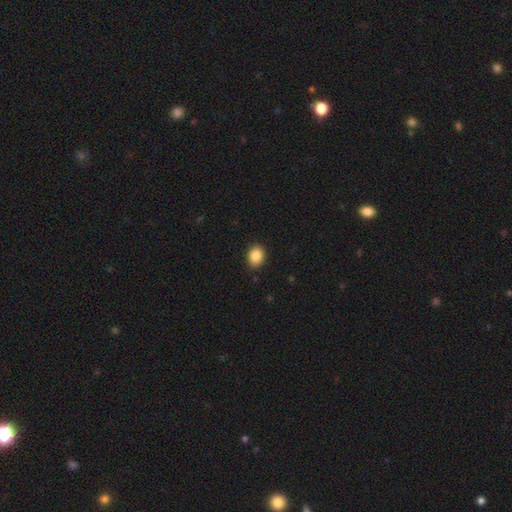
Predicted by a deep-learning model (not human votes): The model was most divided on "how rounded": in between: 57%, round: 42%, cigar-shaped: 1%. More confident: merging — none (88%); smooth or featured — smooth (87%).